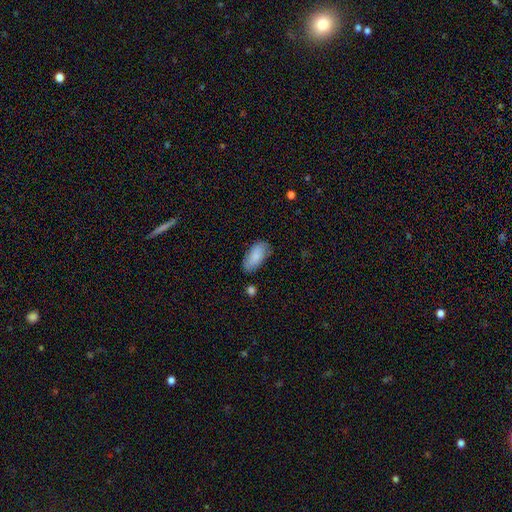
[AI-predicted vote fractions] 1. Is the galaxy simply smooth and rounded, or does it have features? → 82% smooth, 11% featured or disk, 6% star or artifact.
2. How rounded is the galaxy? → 93% in between, 5% cigar-shaped, 2% round.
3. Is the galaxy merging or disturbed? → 72% none, 20% minor disturbance, 4% major disturbance, 3% merger.